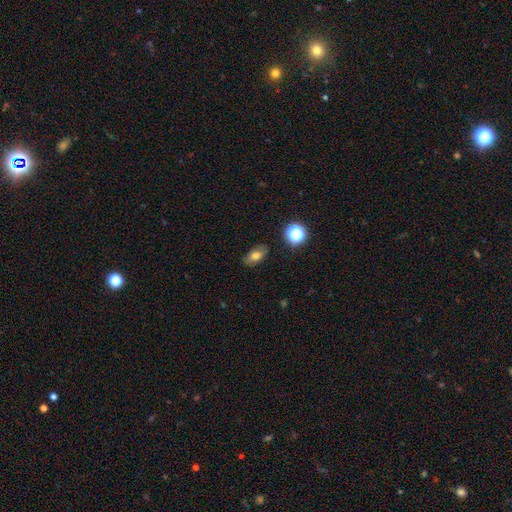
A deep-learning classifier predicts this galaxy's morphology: type=smooth (73%); roundness=in between (85%); merging=none (84%).